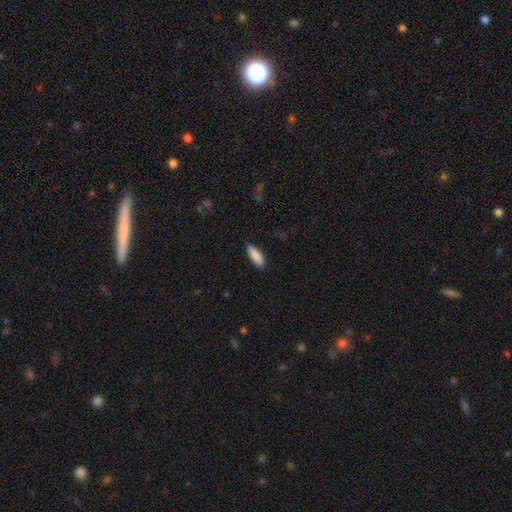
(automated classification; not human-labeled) smooth-or-featured: smooth: 89% | star or artifact: 6% | featured or disk: 6%
  how-rounded: in between: 53% | cigar-shaped: 46% | round: 2%
  merging: none: 87% | minor disturbance: 10% | major disturbance: 2% | merger: 1%